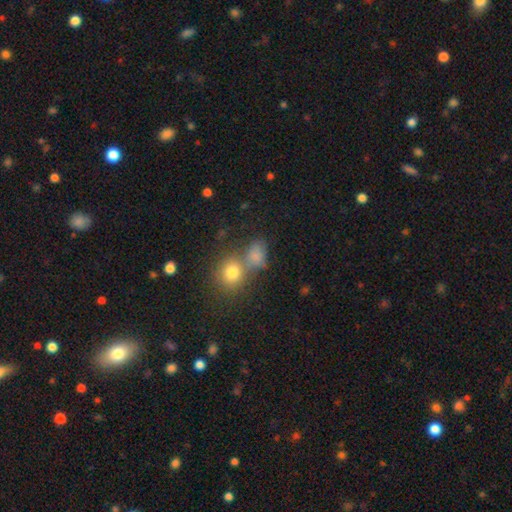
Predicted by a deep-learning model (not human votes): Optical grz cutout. It shows a smooth galaxy with no disk features (73%) that is in between round and cigar-shaped (55%). Merging: merger (45%).